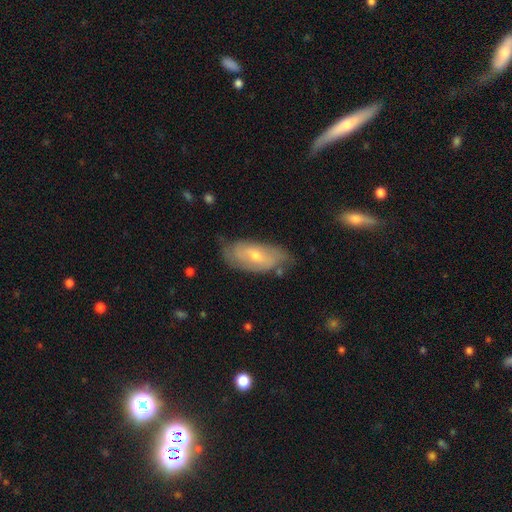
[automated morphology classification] type=featured or disk (59%); edge-on=no (90%); bar=weak (44%); spiral arms=yes (76%); bulge=small (50%); merging=none (63%).